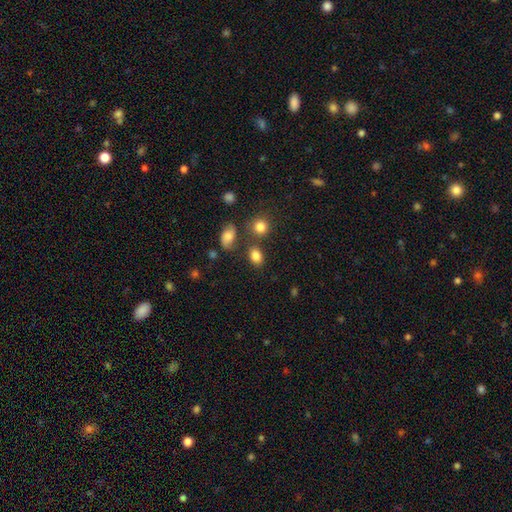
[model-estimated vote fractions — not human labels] The model was most divided on "how rounded": in between: 70%, round: 29%, cigar-shaped: 1%. More confident: smooth or featured — smooth (84%); merging — none (72%).